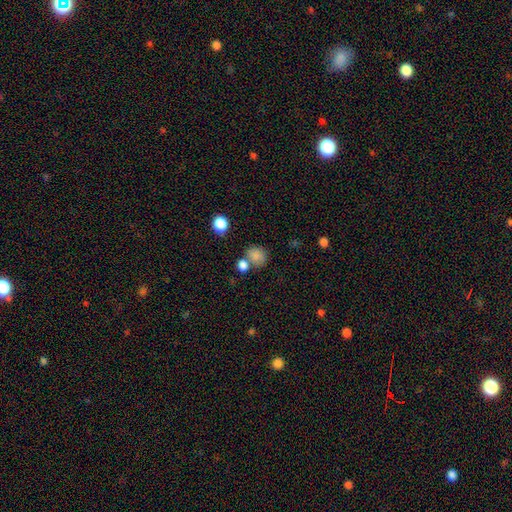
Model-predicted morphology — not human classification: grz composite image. It shows a smooth galaxy with no disk features (82%) that is round (76%). Merging: none (57%).